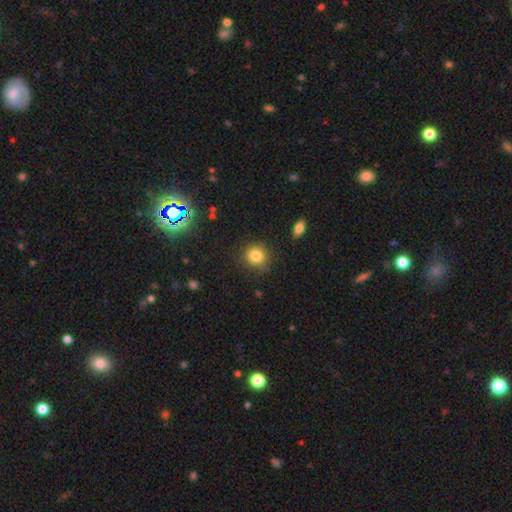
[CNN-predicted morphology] smooth_or_featured: smooth (p=0.82) [alt: star or artifact p=0.12]
how_rounded: round (p=0.86) [alt: in between p=0.13]
merging: none (p=0.83) [alt: minor disturbance p=0.12]